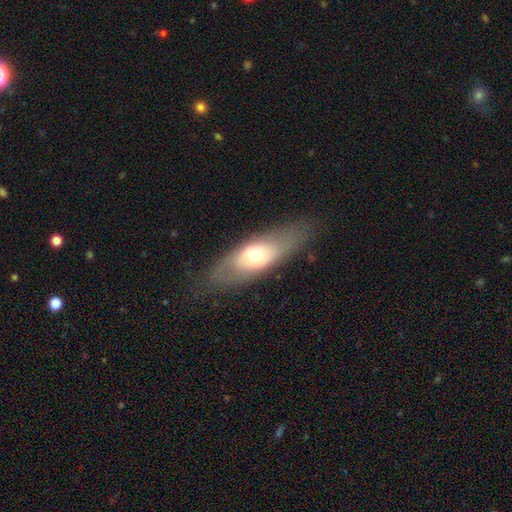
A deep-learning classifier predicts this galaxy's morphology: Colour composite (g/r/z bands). It shows a smooth galaxy with no disk features (51%) that is in between round and cigar-shaped (71%). Merging: none (77%).